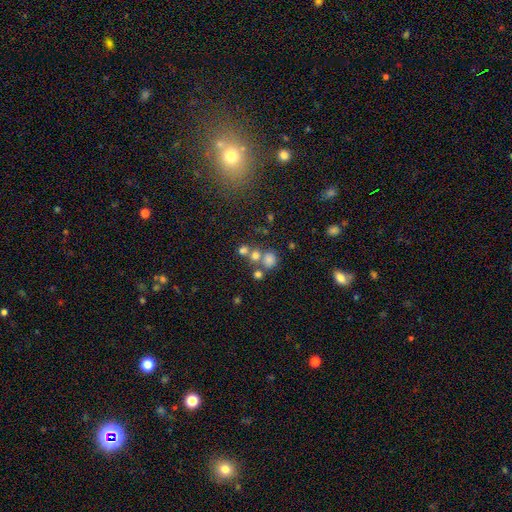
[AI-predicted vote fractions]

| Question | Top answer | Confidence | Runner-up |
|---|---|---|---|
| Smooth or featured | smooth | 62% | star or artifact (24%) |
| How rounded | round | 83% | in between (16%) |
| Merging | none | 52% | merger (35%) |